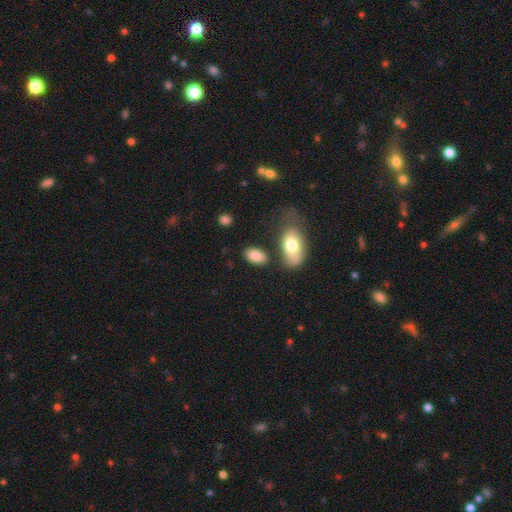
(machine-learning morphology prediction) Smooth or featured: smooth — 86% (featured or disk — 7%)
How rounded: in between — 92% (round — 6%)
Merging: none — 75% (minor disturbance — 13%)